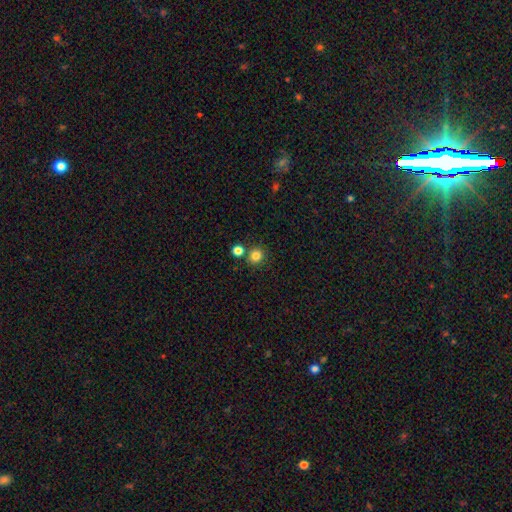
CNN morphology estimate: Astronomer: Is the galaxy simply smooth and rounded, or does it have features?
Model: smooth — 82%.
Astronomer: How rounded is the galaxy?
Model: round — 91%.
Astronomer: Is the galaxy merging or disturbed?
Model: none — 78%.